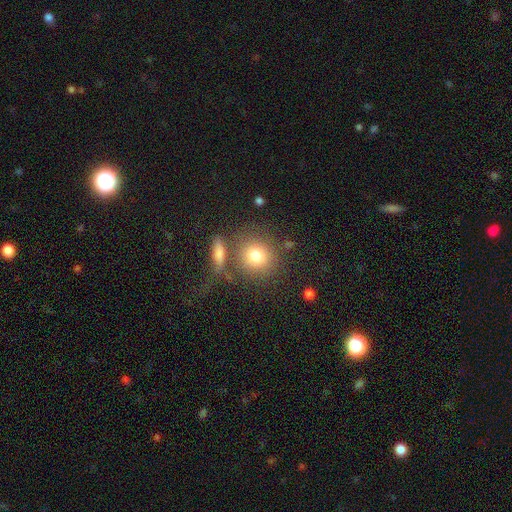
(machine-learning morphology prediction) This is likely a smooth galaxy (76%). How rounded: clearly round (85%). Merging: likely none (66%).